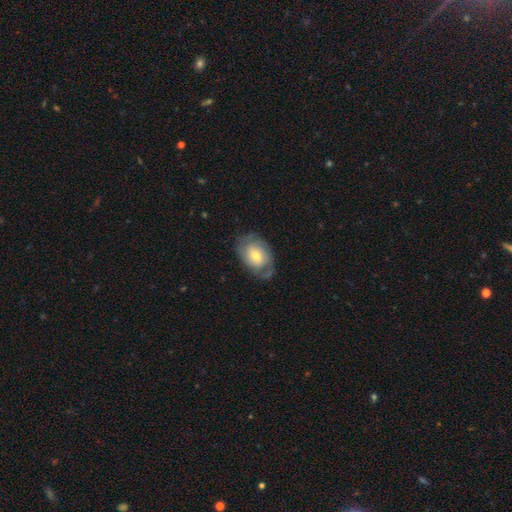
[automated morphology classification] Q: Smooth or featured?
A: featured or disk (47%); tied with: smooth (47%)
Q: Merging?
A: none (62%); runner-up: minor disturbance (25%)